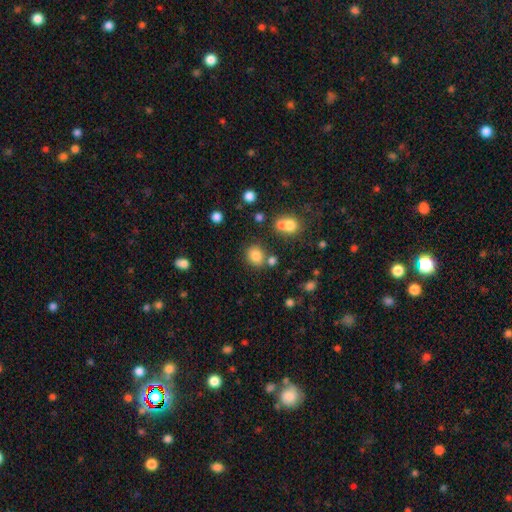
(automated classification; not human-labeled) Q: Smooth or featured?
A: smooth (81%); runner-up: star or artifact (13%)
Q: How rounded?
A: round (66%); runner-up: in between (33%)
Q: Merging?
A: none (73%); runner-up: merger (12%)